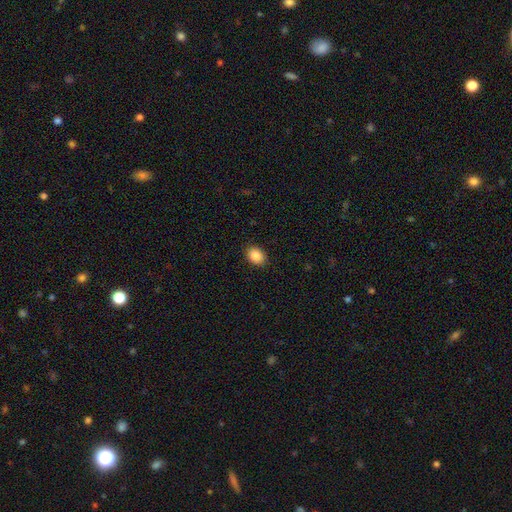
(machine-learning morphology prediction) smooth_or_featured: smooth (p=0.89) [alt: star or artifact p=0.08]
how_rounded: in between (p=0.66) [alt: round p=0.33]
merging: none (p=0.89) [alt: minor disturbance p=0.08]